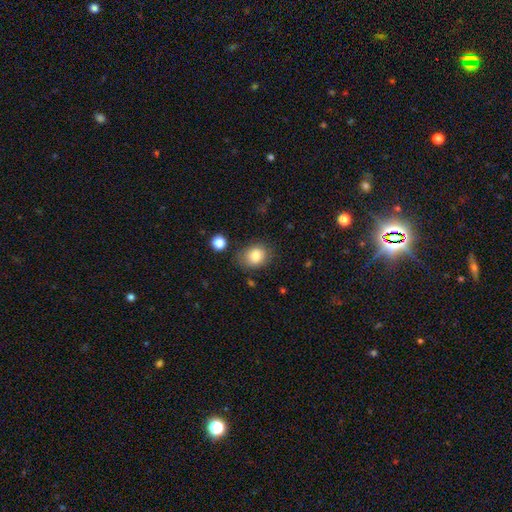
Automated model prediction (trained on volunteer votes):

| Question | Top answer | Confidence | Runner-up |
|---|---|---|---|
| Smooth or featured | smooth | 81% | star or artifact (9%) |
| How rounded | round | 50% | tied: in between (50%) |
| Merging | none | 75% | minor disturbance (17%) |